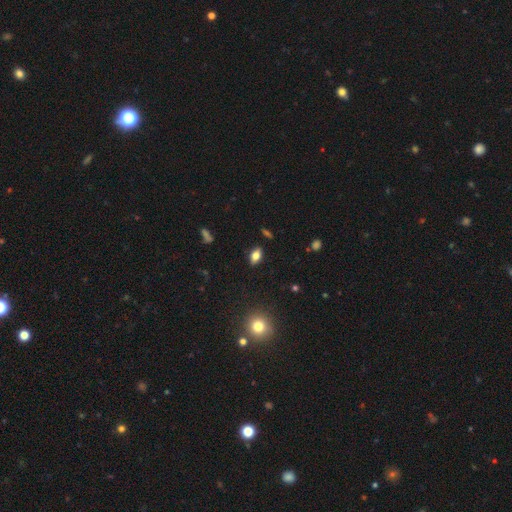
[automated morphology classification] type=smooth (73%); roundness=in between (86%); merging=none (87%).